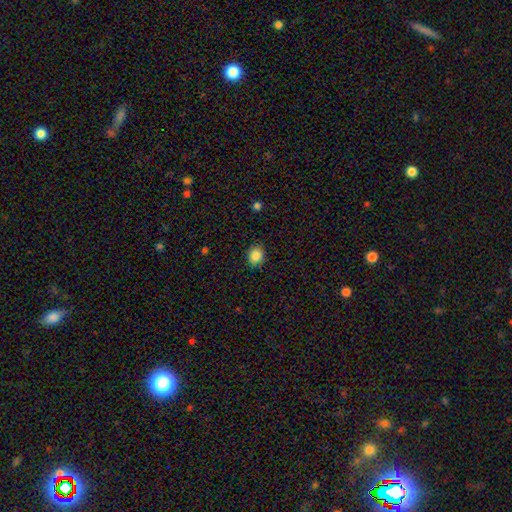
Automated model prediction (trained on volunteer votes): Smooth or featured? Predicted: smooth (p=0.86). How rounded? Predicted: round (p=0.74). Merging? Predicted: none (p=0.88).